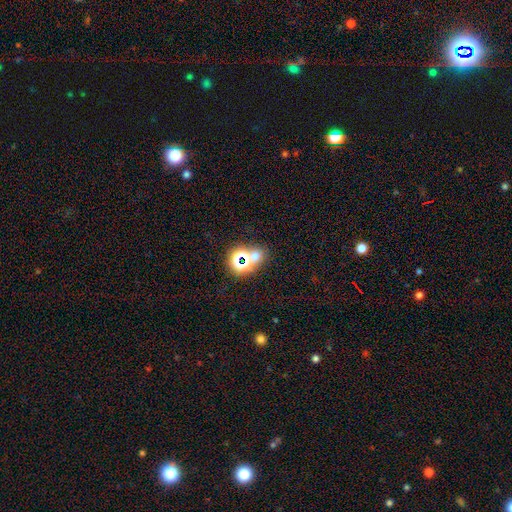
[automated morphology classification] smooth_or_featured: star or artifact (p=0.46) [alt: smooth p=0.44]